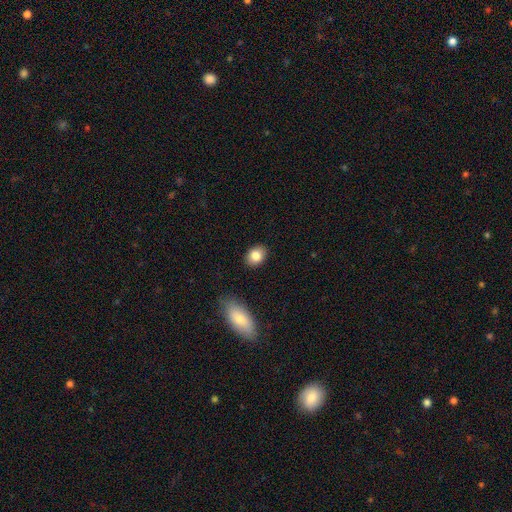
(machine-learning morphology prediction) Q: Smooth or featured?
A: smooth (84%); runner-up: star or artifact (8%)
Q: How rounded?
A: in between (64%); runner-up: round (35%)
Q: Merging?
A: none (87%); runner-up: minor disturbance (9%)